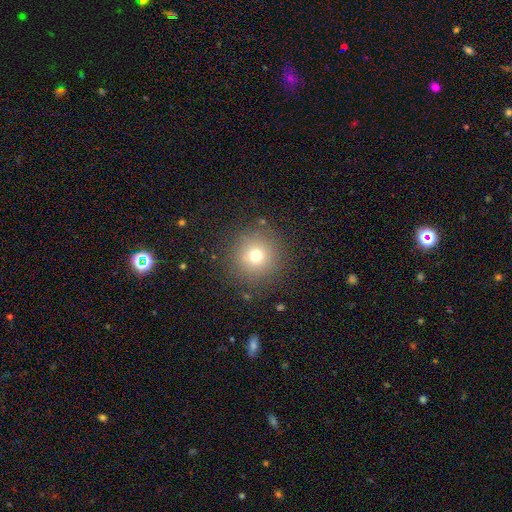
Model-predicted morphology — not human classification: Q: Smooth or featured?
A: smooth (72%); runner-up: star or artifact (17%)
Q: How rounded?
A: round (95%); runner-up: in between (4%)
Q: Merging?
A: none (87%); runner-up: minor disturbance (8%)